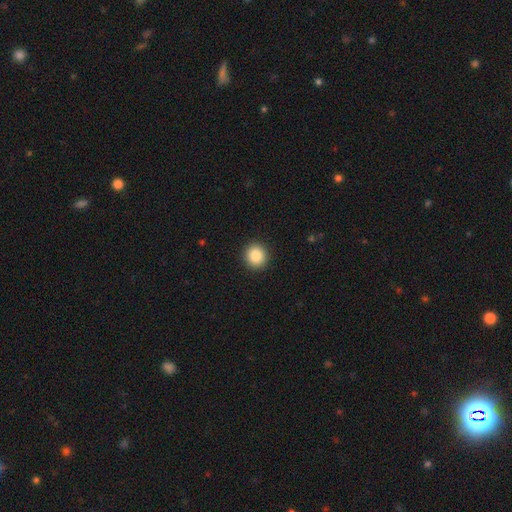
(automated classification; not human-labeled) Morphology: type=smooth (87%); roundness=round (90%); merging=none (92%).